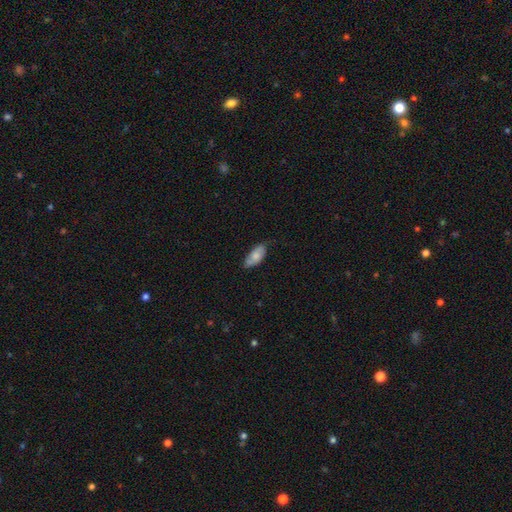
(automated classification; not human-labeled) This appears to be a smooth galaxy with no disk features (68%) that is in between round and cigar-shaped (88%). Merging: none (68%).